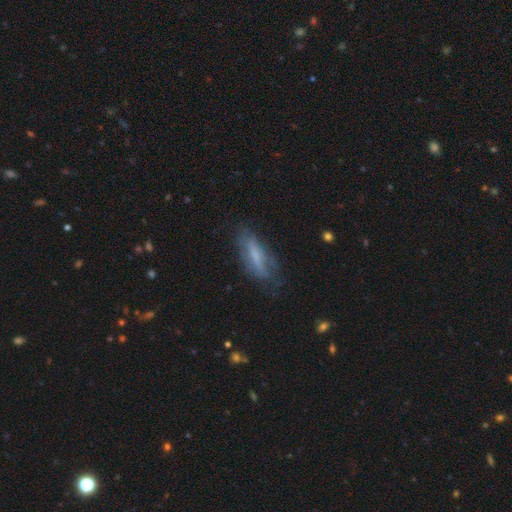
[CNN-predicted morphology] Q: Smooth or featured?
A: smooth (54%); runner-up: featured or disk (38%)
Q: How rounded?
A: in between (51%); runner-up: cigar-shaped (47%)
Q: Merging?
A: none (65%); runner-up: minor disturbance (24%)